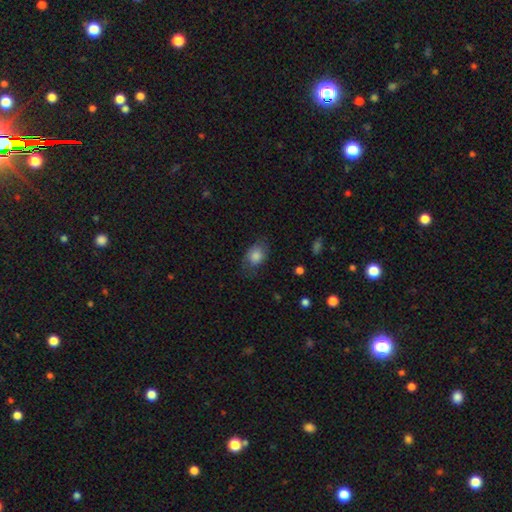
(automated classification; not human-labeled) The model was most divided on "how rounded": in between: 67%, round: 32%, cigar-shaped: 1%. More confident: smooth or featured — smooth (82%); merging — none (68%).